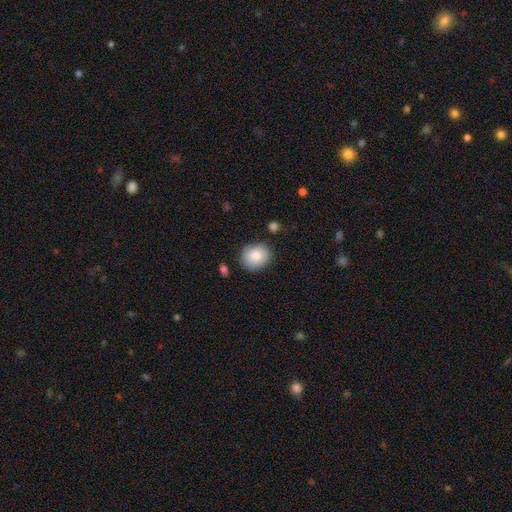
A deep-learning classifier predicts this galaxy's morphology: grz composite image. It shows a smooth galaxy with no disk features (86%) that is round (66%). Merging: none (80%).